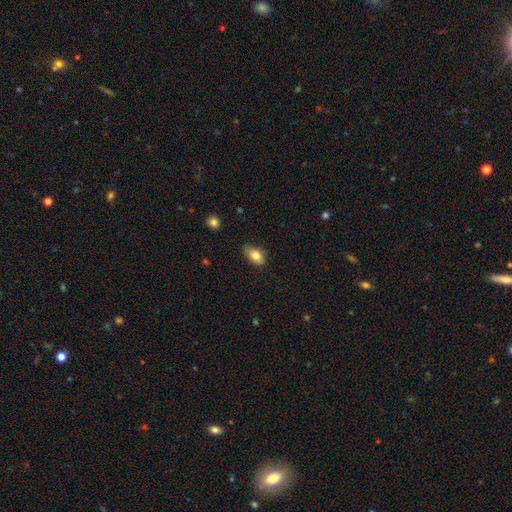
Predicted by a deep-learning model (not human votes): This is clearly a smooth galaxy (81%). How rounded: clearly in between (86%). Merging: likely none (67%).